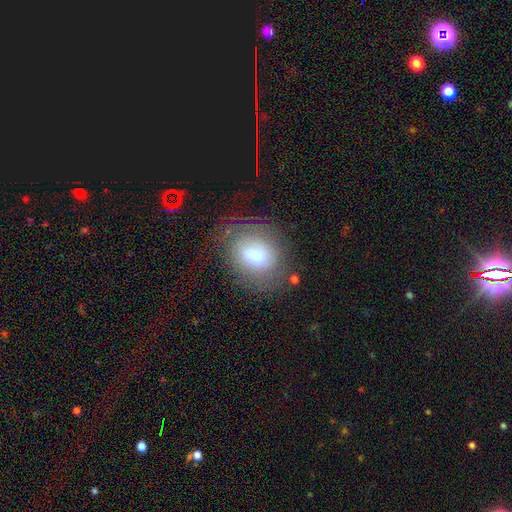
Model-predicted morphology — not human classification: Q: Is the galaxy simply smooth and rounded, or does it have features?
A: smooth — 57%.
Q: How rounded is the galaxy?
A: round — 60%.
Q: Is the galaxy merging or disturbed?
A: none — 69%.